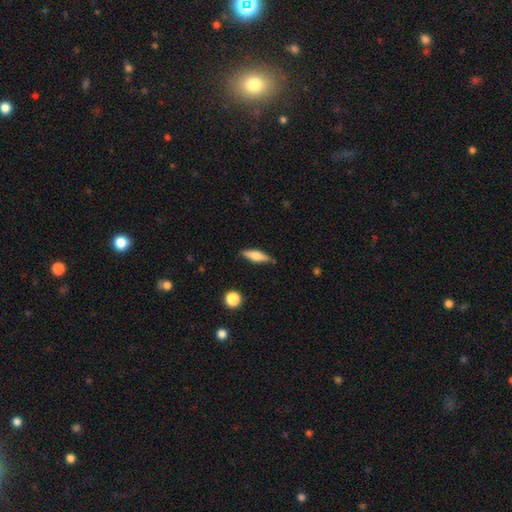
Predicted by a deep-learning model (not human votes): Smooth or featured?
  - smooth: 56% *
  - featured or disk: 38%
  - star or artifact: 7%
How rounded?
  - cigar-shaped: 56% *
  - in between: 41%
  - round: 3%
Merging?
  - none: 82% *
  - minor disturbance: 14%
  - major disturbance: 3%
  - merger: 2%